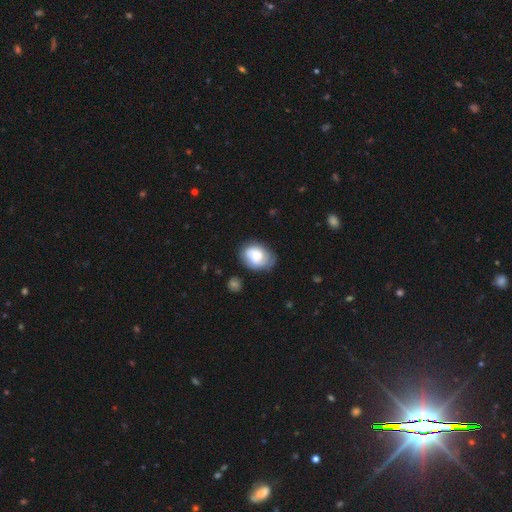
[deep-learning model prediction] Smooth or featured? smooth (63%)
How rounded? in between (71%)
Merging? none (62%)